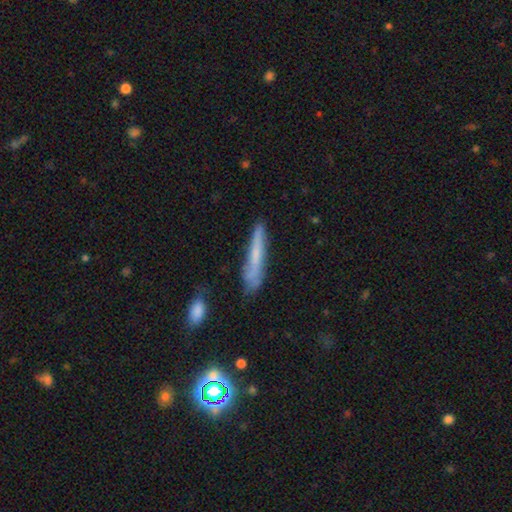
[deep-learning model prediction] Morphology: type=smooth (57%); roundness=cigar-shaped (93%); merging=none (70%).